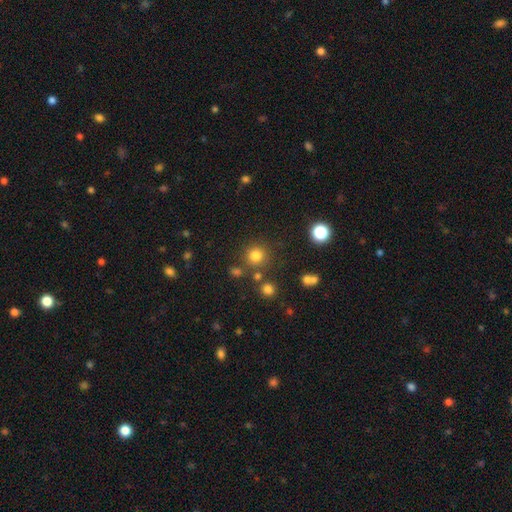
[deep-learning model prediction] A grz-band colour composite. It shows a smooth galaxy with no disk features (78%) that is round (92%). Merging: none (80%).